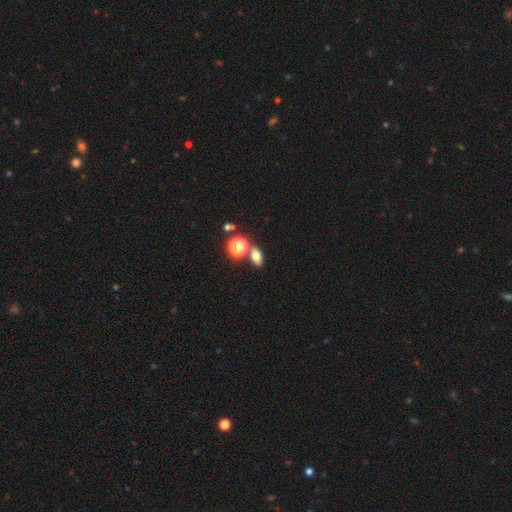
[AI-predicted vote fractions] Smooth or featured: smooth — 70% (star or artifact — 16%)
How rounded: in between — 74% (round — 20%)
Merging: none — 70% (merger — 17%)